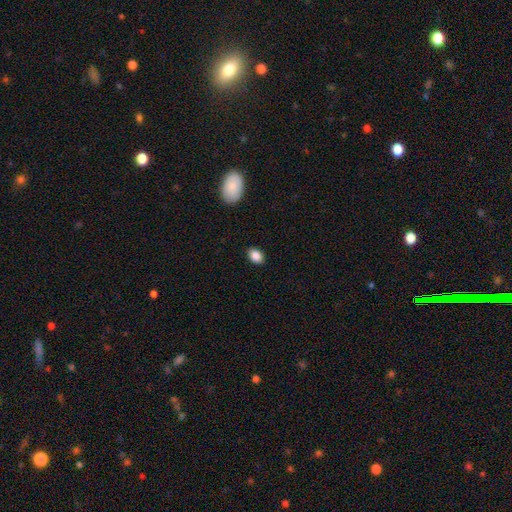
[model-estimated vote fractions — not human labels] Smooth or featured: smooth — 88% (star or artifact — 9%)
How rounded: in between — 78% (round — 21%)
Merging: none — 88% (minor disturbance — 9%)